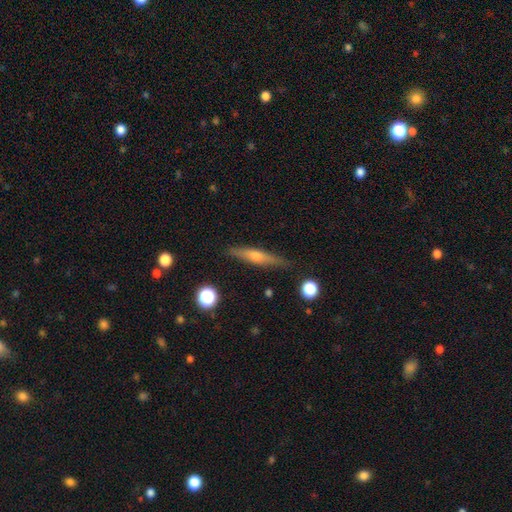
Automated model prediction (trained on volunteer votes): smooth-or-featured: featured or disk: 55% | smooth: 38% | star or artifact: 7%
  disk-edge-on: yes: 95% | no: 5%
    edge-on-bulge: rounded: 80% | none: 13% | boxy: 7%
  merging: none: 88% | minor disturbance: 9% | major disturbance: 2% | merger: 2%